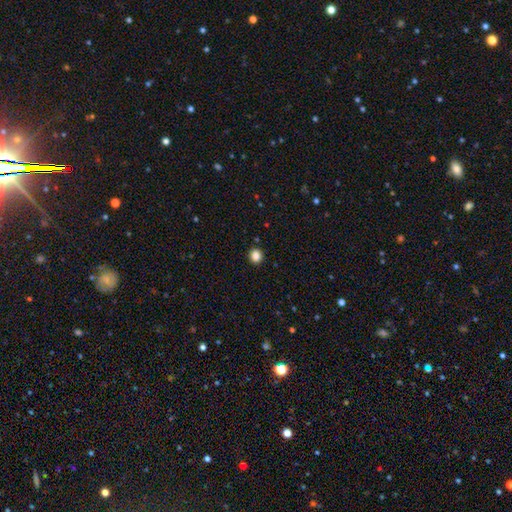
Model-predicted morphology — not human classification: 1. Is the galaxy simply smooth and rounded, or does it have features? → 85% smooth, 11% star or artifact, 4% featured or disk.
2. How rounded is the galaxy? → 86% round, 13% in between, 1% cigar-shaped.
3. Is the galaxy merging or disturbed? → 92% none, 5% minor disturbance, 2% major disturbance, 1% merger.